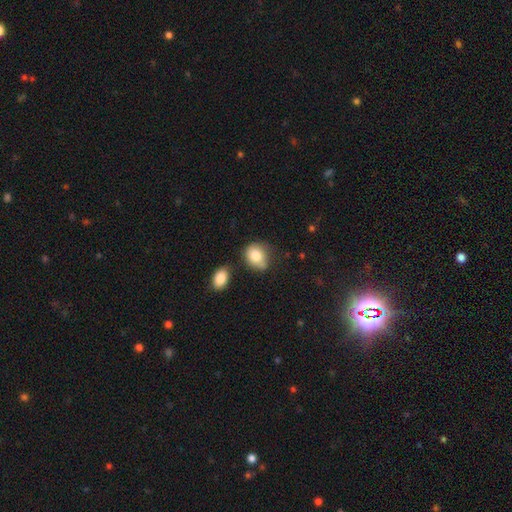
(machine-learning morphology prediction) Smooth or featured: smooth — 82% (featured or disk — 10%)
How rounded: round — 55% (in between — 44%)
Merging: none — 52% (minor disturbance — 28%)